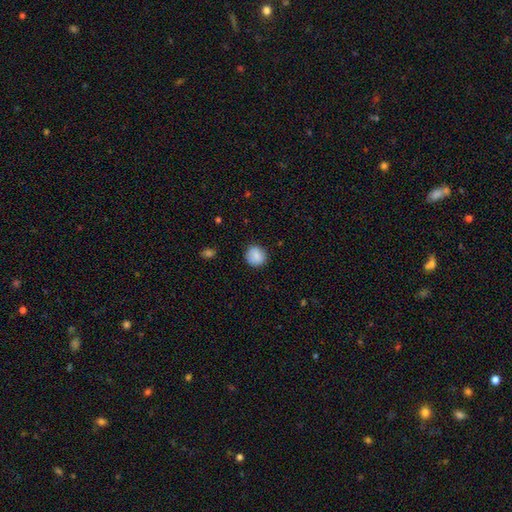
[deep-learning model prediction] Q: Smooth or featured?
A: smooth (86%); runner-up: star or artifact (8%)
Q: How rounded?
A: round (85%); runner-up: in between (14%)
Q: Merging?
A: none (85%); runner-up: minor disturbance (11%)